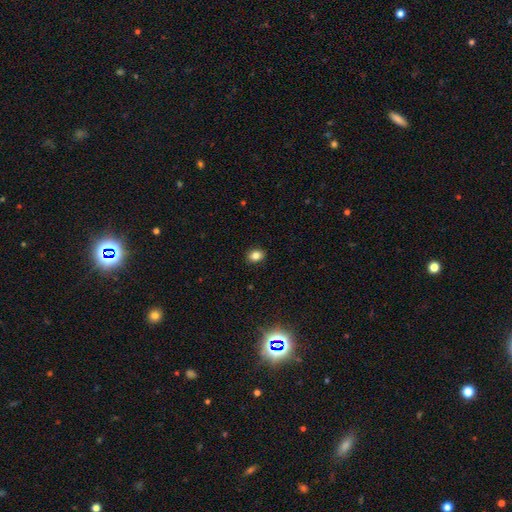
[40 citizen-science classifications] Smooth or featured?
  - smooth: 90% *
  - star or artifact: 10%
  - featured or disk: 0%
How rounded?
  - in between: 67% *
  - round: 33%
  - cigar-shaped: 0%
Merging?
  - none: 92% *
  - minor disturbance: 8%
  - major disturbance: 0%
  - merger: 0%